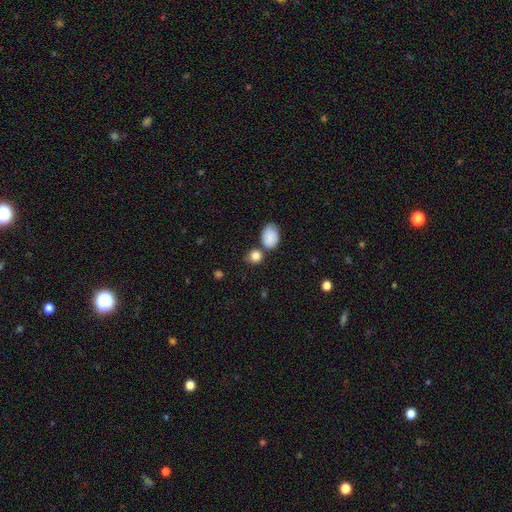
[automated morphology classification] Smooth or featured: smooth — 85% (star or artifact — 9%)
How rounded: round — 67% (in between — 32%)
Merging: none — 60% (merger — 23%)